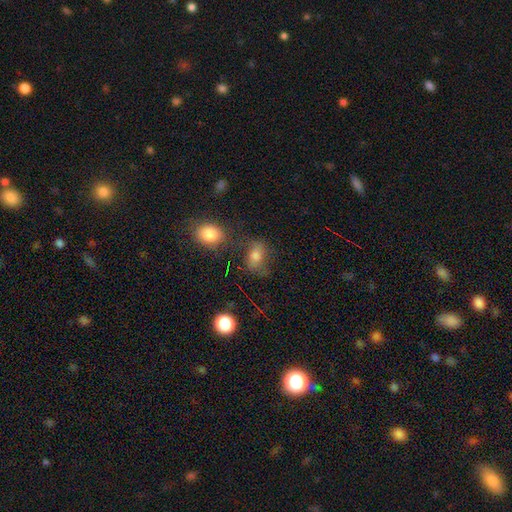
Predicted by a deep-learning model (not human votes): Smooth or featured? Predicted: smooth (p=0.70). How rounded? Predicted: in between (p=0.74). Merging? Predicted: none (p=0.54).